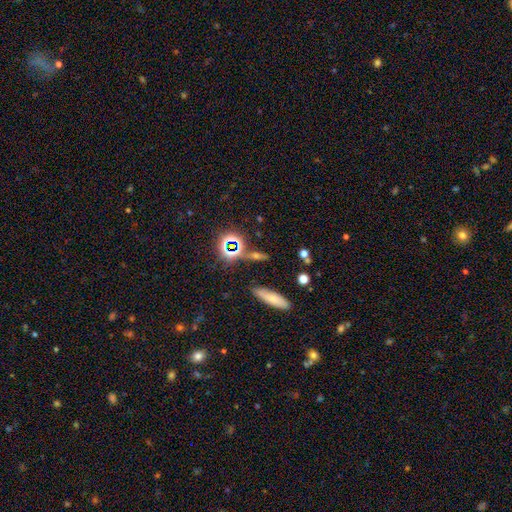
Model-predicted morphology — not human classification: A star or artifact, not a galaxy (44%).

Vote fractions:
- Smooth or featured? star or artifact: 44% / smooth: 37% / featured or disk: 18%